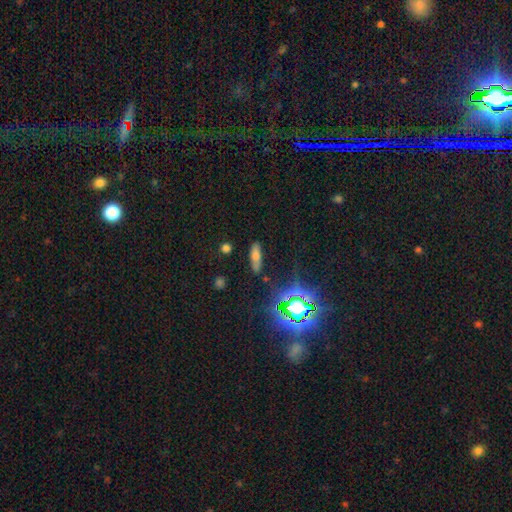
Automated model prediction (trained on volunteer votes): Q: Smooth or featured?
A: smooth (55%); runner-up: star or artifact (27%)
Q: How rounded?
A: cigar-shaped (48%); runner-up: in between (47%)
Q: Merging?
A: none (78%); runner-up: minor disturbance (14%)